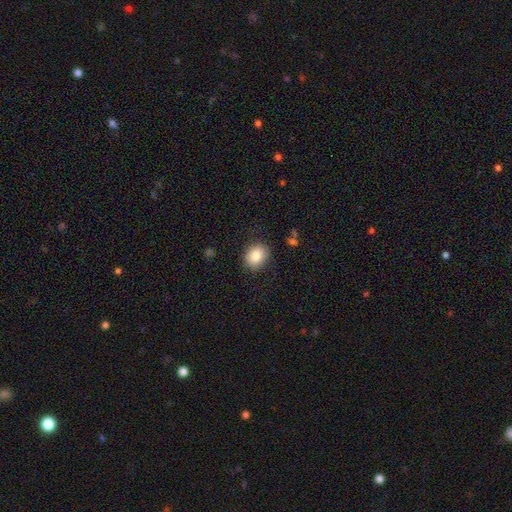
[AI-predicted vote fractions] Overall: smooth (84%). How rounded: round (50%; in between 49%). Merging: none (86%).